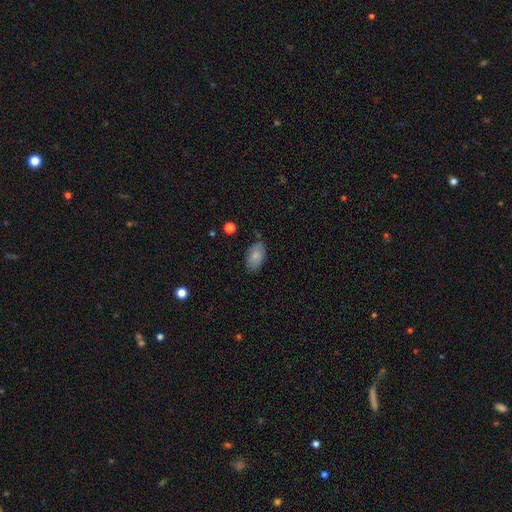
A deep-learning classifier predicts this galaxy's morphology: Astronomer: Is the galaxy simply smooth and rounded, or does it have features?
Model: smooth — 84%.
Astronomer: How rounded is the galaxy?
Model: in between — 93%.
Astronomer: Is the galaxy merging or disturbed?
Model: none — 78%.